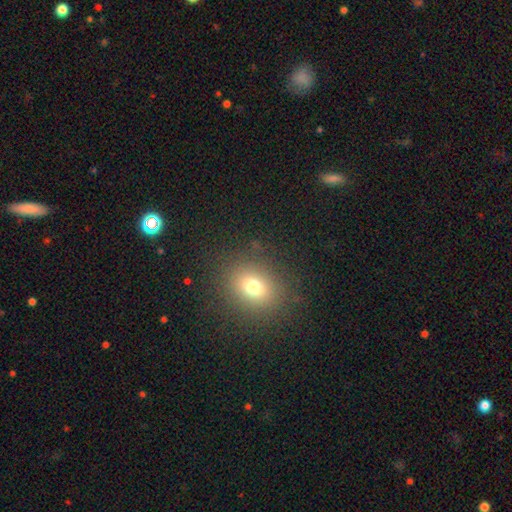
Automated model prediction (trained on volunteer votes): Overall: smooth (71%). How rounded: round (58%; in between 41%). Merging: none (90%).